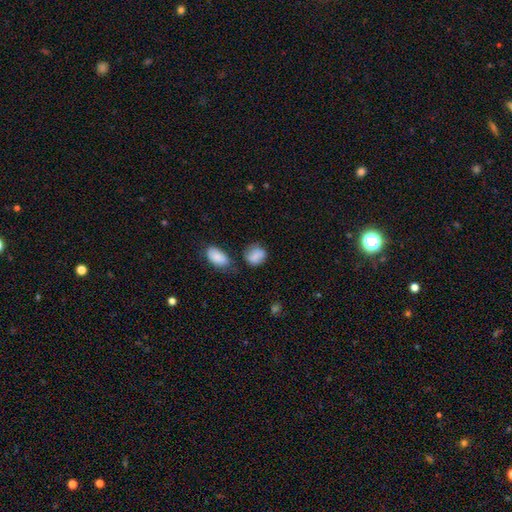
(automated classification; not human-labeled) A smooth galaxy with no disk features (80%) that is round (52%).

Vote fractions:
- Smooth or featured? smooth: 80% / featured or disk: 11% / star or artifact: 9%
- How rounded? round: 52% / in between: 46% / cigar-shaped: 2%
- Merging? none: 55% / minor disturbance: 25% / merger: 12% / major disturbance: 8%